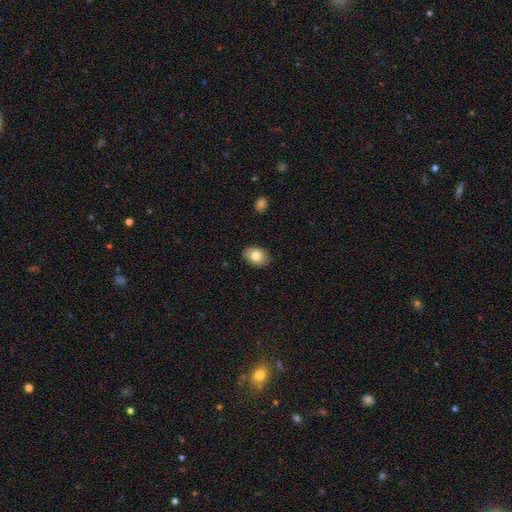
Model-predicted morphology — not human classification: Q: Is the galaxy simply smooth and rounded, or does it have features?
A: smooth — 78%.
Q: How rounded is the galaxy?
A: in between — 76%.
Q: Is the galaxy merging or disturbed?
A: none — 88%.